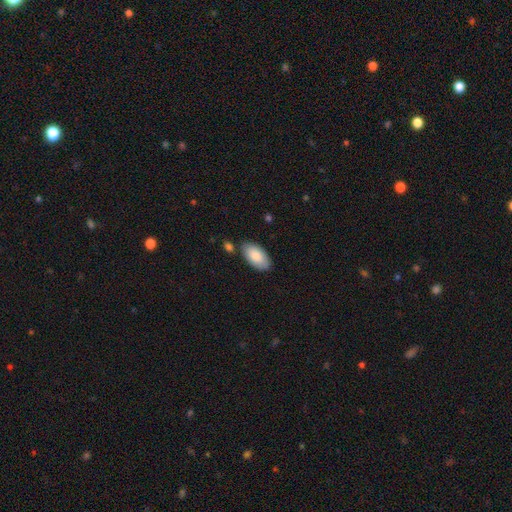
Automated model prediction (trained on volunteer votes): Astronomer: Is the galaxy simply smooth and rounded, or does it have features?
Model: smooth — 85%.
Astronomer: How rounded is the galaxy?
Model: in between — 95%.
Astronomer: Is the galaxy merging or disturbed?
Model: none — 76%.